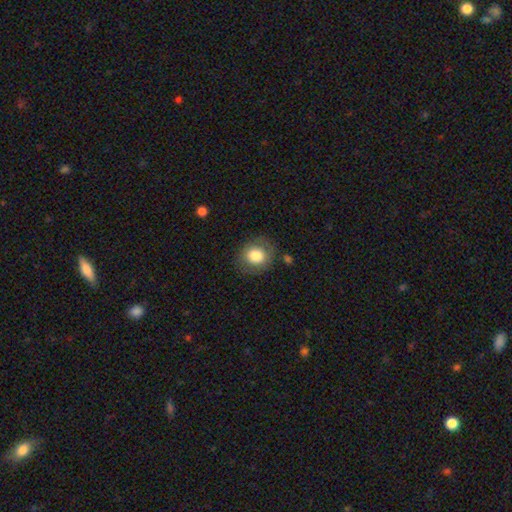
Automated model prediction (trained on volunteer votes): smooth-or-featured: smooth: 79% | featured or disk: 12% | star or artifact: 9%
  how-rounded: round: 78% | in between: 21% | cigar-shaped: 1%
  merging: none: 82% | minor disturbance: 11% | major disturbance: 4% | merger: 2%